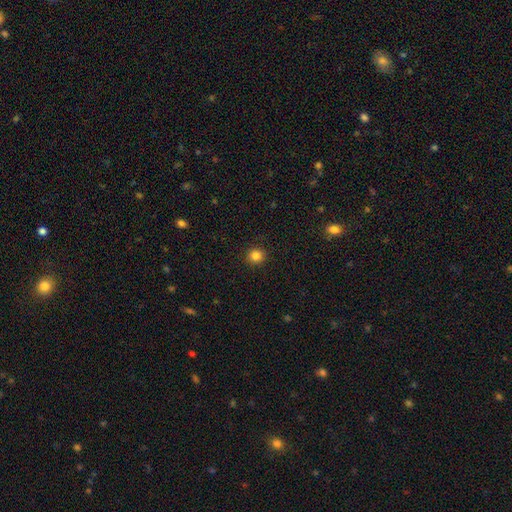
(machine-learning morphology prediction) Smooth or featured? smooth (84%)
How rounded? round (90%)
Merging? none (92%)